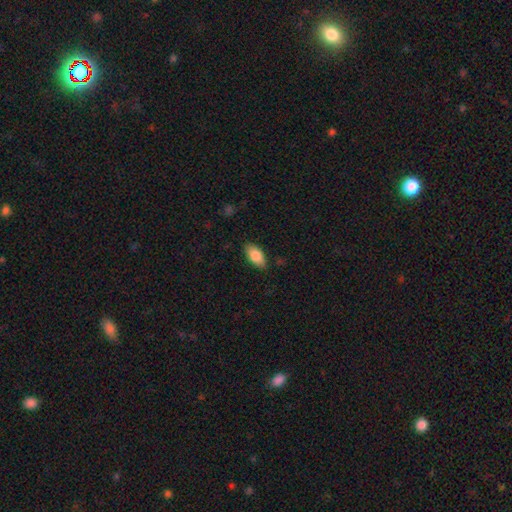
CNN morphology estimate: smooth 84%, featured or disk 10%, star or artifact 7%. Down the decision tree: how rounded — in between (91%); merging — none (84%).